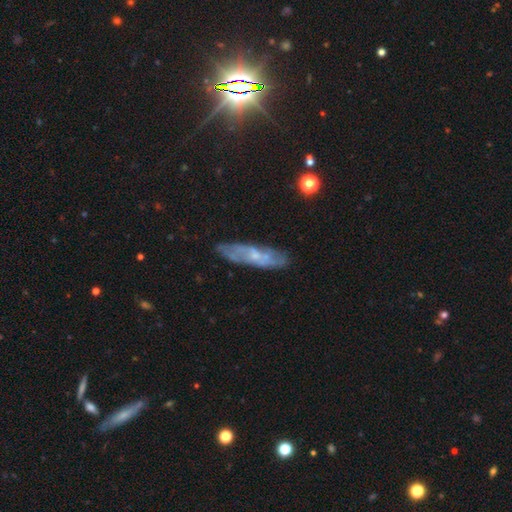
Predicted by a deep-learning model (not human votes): Q: Smooth or featured?
A: featured or disk (60%); runner-up: smooth (31%)
Q: Edge-on disk?
A: no (63%); runner-up: yes (37%)
Q: Merging?
A: none (77%); runner-up: minor disturbance (16%)